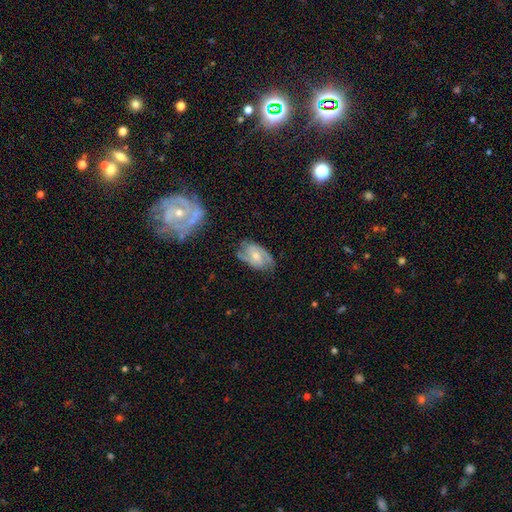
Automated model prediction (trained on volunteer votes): A featured or disk galaxy (71%) with no bar (47%), 2 (73%) medium (47%) spiral arms (91%) and a moderate central bulge (46%).

Vote fractions:
- Smooth or featured? featured or disk: 71% / smooth: 23% / star or artifact: 6%
- Edge-on disk? no: 96% / yes: 4%
- Bar? no: 47% / weak: 44% / strong: 9%
- Spiral arms? yes: 91% / no: 9%
- Spiral winding? medium: 47% / tight: 37% / loose: 16%
- Spiral arm count? 2: 73% / can't tell: 14% / 3: 6% / 1: 3% / 4: 2% / more than 4: 2%
- Bulge size? moderate: 46% / small: 44% / none: 5% / large: 3% / dominant: 1%
- Merging? none: 70% / minor disturbance: 22% / major disturbance: 7% / merger: 2%